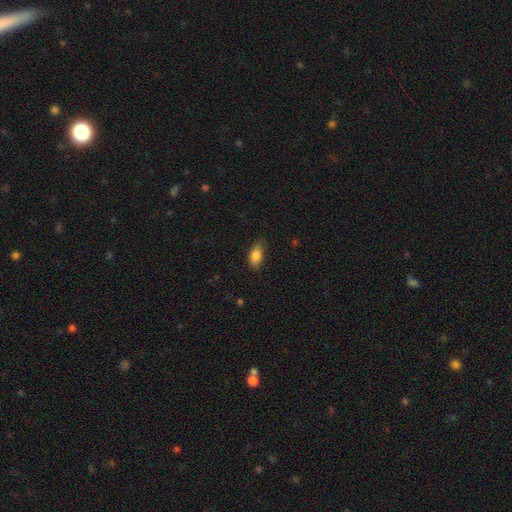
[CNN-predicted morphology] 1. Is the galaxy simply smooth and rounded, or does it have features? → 85% smooth, 8% featured or disk, 8% star or artifact.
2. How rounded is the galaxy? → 89% in between, 6% cigar-shaped, 5% round.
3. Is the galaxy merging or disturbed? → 77% none, 19% minor disturbance, 3% major disturbance, 1% merger.